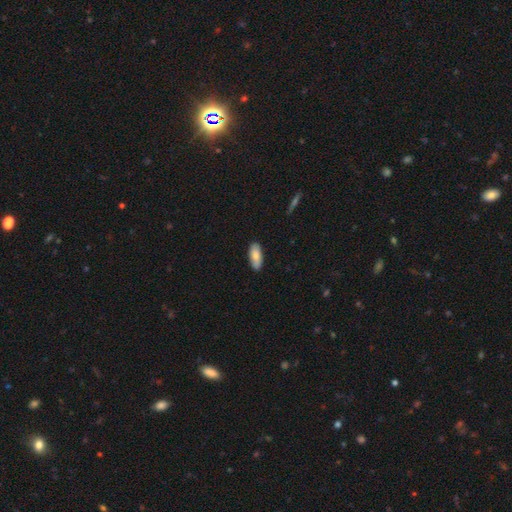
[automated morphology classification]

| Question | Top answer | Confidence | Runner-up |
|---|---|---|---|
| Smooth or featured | smooth | 81% | featured or disk (13%) |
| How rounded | in between | 83% | cigar-shaped (15%) |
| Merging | none | 88% | minor disturbance (9%) |